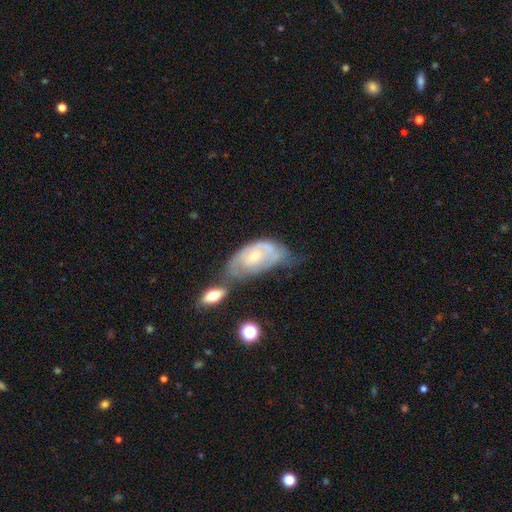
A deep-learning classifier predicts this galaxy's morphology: featured or disk 61%, smooth 32%, star or artifact 7%. Down the decision tree: edge-on disk — no (93%); bar — no (79%); spiral arms — yes (60%); bulge size — small (62%); merging — merger (30%).